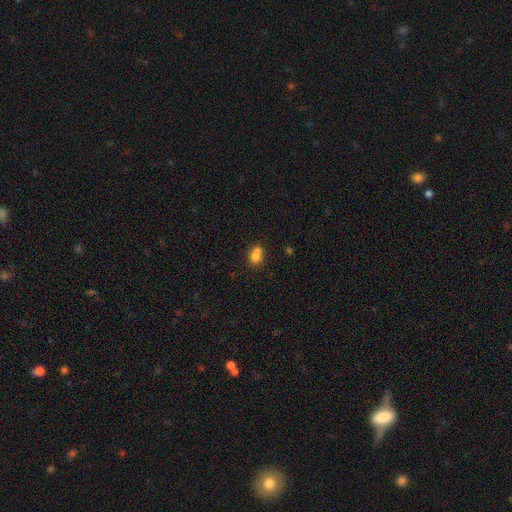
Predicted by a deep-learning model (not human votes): Q: Smooth or featured?
A: smooth (76%); runner-up: featured or disk (12%)
Q: How rounded?
A: round (59%); runner-up: in between (40%)
Q: Merging?
A: merger (43%); runner-up: none (38%)